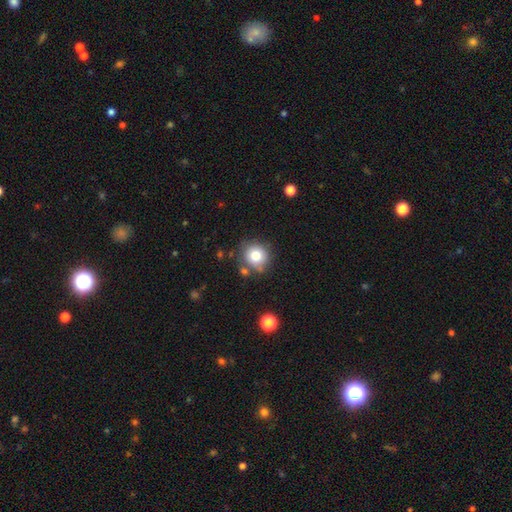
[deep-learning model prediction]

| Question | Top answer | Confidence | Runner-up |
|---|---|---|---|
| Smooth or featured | smooth | 79% | featured or disk (11%) |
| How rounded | round | 86% | in between (13%) |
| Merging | none | 74% | minor disturbance (14%) |